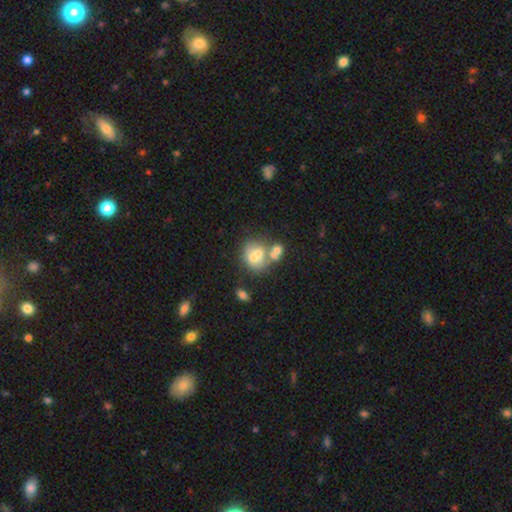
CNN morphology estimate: This appears to be a smooth galaxy with no disk features (59%) that is round (61%). Merging: merger (52%).